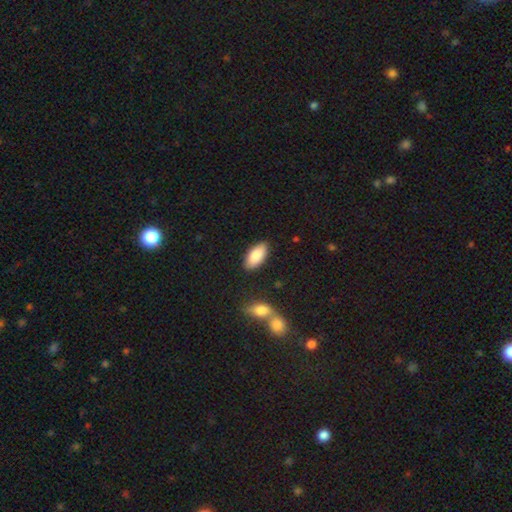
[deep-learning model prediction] Smooth or featured? smooth (87%)
How rounded? in between (90%)
Merging? none (85%)